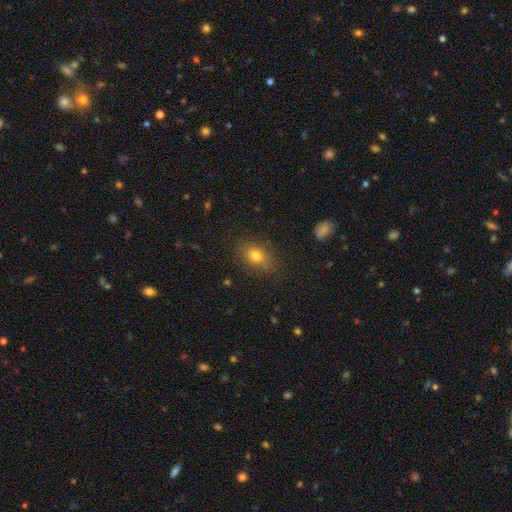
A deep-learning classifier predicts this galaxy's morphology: Smooth or featured? Predicted: smooth (p=0.78). How rounded? Predicted: in between (p=0.70). Merging? Predicted: none (p=0.81).